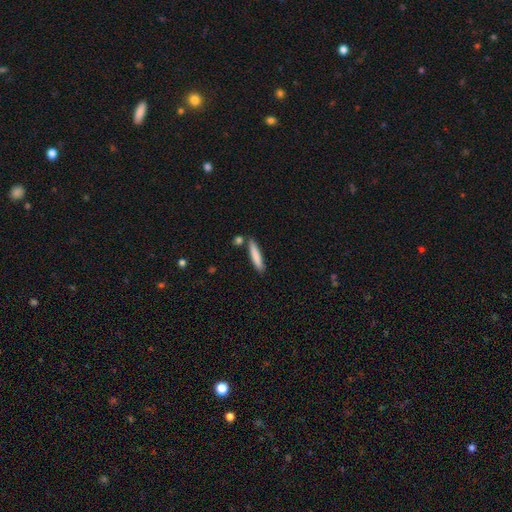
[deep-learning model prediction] smooth_or_featured: smooth (p=0.82) [alt: featured or disk p=0.13]
how_rounded: cigar-shaped (p=0.90) [alt: in between p=0.09]
merging: none (p=0.82) [alt: minor disturbance p=0.10]